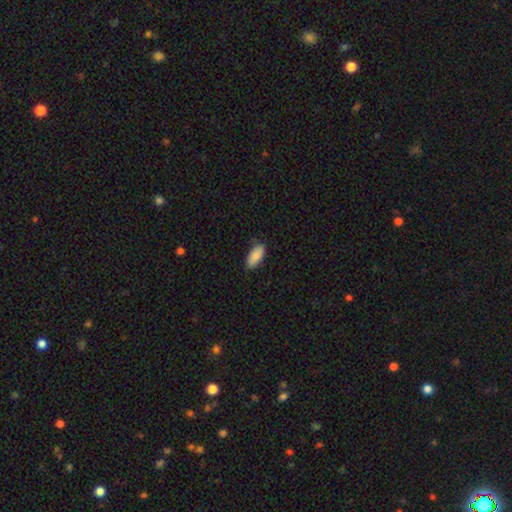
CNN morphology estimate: A smooth galaxy with no disk features (89%) that is in between round and cigar-shaped (87%). Merging: none (82%).